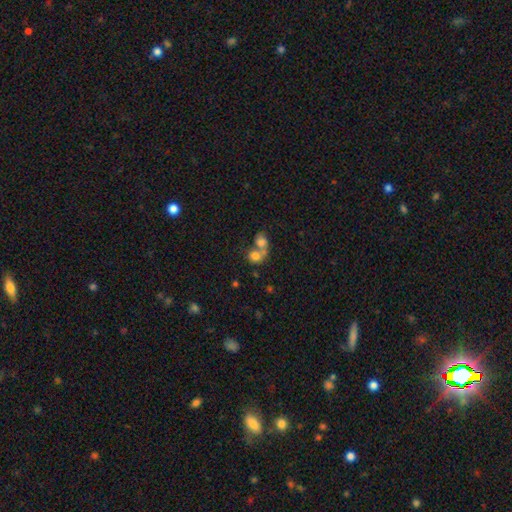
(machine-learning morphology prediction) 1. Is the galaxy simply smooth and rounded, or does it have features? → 71% smooth, 18% featured or disk, 10% star or artifact.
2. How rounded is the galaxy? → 65% round, 34% in between, 1% cigar-shaped.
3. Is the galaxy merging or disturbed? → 70% merger, 19% none, 6% minor disturbance, 5% major disturbance.